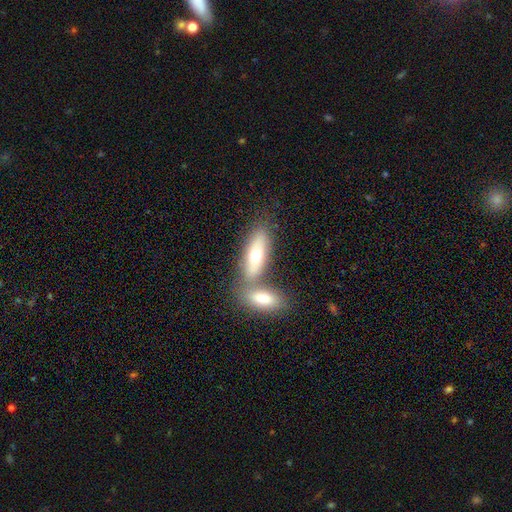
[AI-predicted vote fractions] Smooth or featured?
  - smooth: 63% *
  - featured or disk: 30%
  - star or artifact: 7%
How rounded?
  - in between: 64% *
  - cigar-shaped: 33%
  - round: 3%
Merging?
  - merger: 49% *
  - none: 40%
  - minor disturbance: 8%
  - major disturbance: 3%